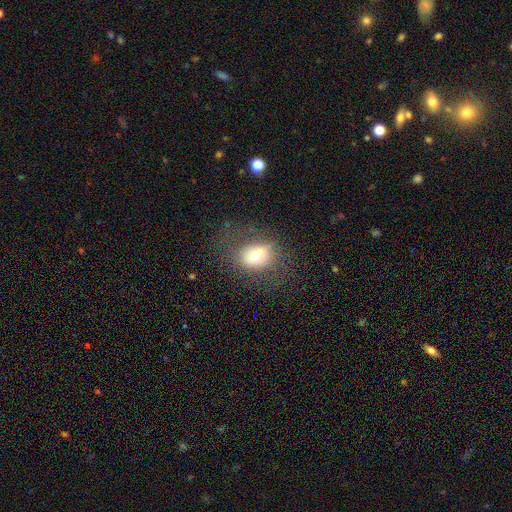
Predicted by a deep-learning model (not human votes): Smooth or featured? smooth (62%)
How rounded? in between (54%)
Merging? none (63%)